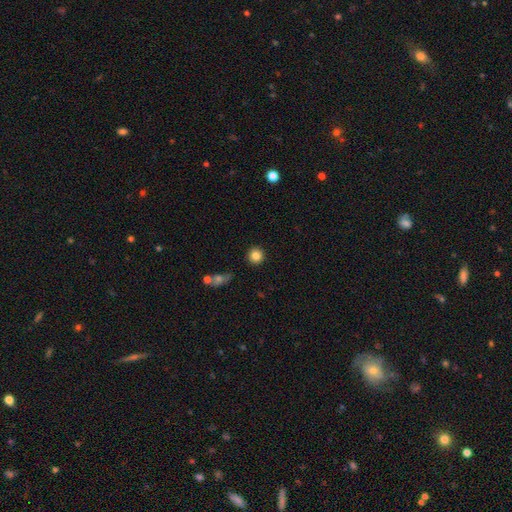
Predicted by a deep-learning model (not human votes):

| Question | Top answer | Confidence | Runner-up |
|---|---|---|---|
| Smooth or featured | smooth | 83% | star or artifact (11%) |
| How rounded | round | 94% | in between (5%) |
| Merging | none | 90% | minor disturbance (6%) |